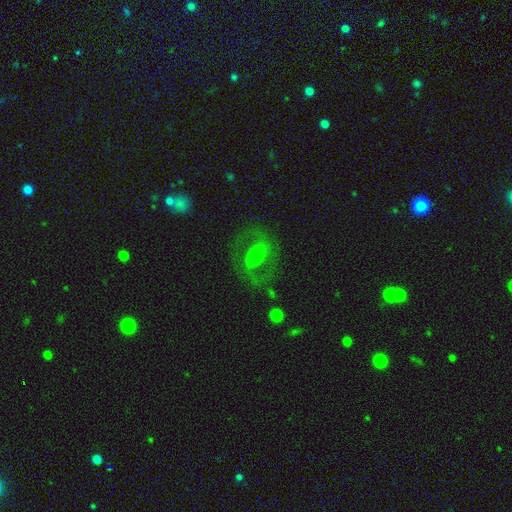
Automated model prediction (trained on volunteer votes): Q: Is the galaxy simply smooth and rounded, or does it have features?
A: featured or disk — 63%.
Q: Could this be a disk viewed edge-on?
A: no — 95%.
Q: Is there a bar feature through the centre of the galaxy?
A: weak — 36%, tied with strong.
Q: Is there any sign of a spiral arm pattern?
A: yes — 62%.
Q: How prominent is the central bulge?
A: moderate — 57%.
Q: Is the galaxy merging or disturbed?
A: none — 69%.